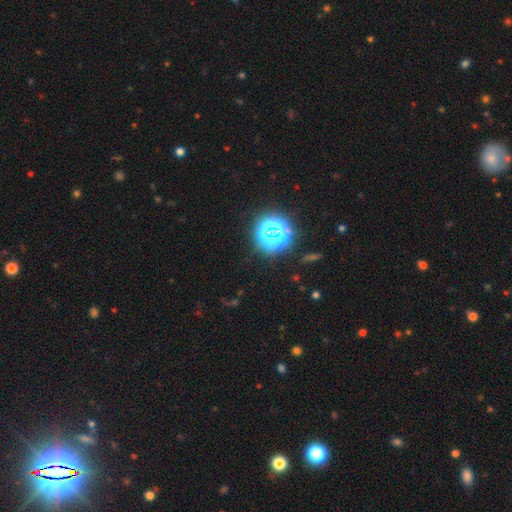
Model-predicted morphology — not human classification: This is clearly a star or artifact rather than a galaxy (82%).